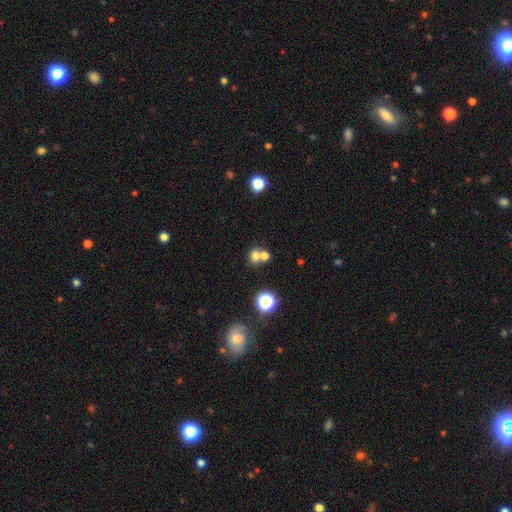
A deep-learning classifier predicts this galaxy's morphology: smooth 71%, star or artifact 17%, featured or disk 13%. Down the decision tree: how rounded — round (75%); merging — merger (50%).